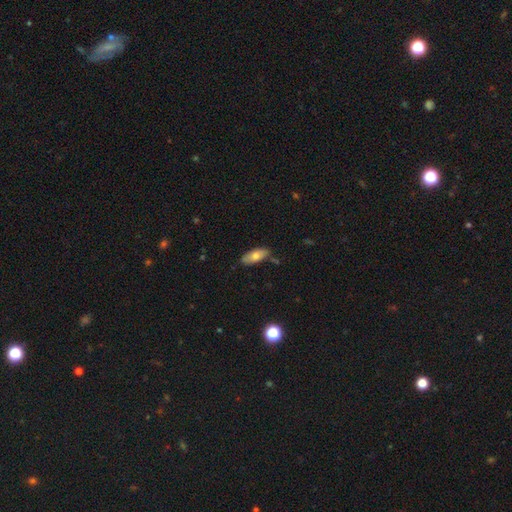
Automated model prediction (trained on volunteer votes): smooth_or_featured: smooth (p=0.73) [alt: featured or disk p=0.20]
how_rounded: in between (p=0.84) [alt: cigar-shaped p=0.13]
merging: none (p=0.75) [alt: minor disturbance p=0.18]